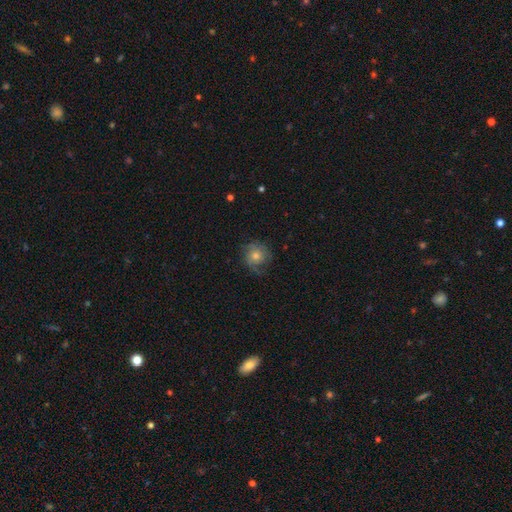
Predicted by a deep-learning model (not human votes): Q: Smooth or featured?
A: featured or disk (51%); runner-up: smooth (37%)
Q: Edge-on disk?
A: no (97%); runner-up: yes (3%)
Q: Merging?
A: none (72%); runner-up: minor disturbance (18%)